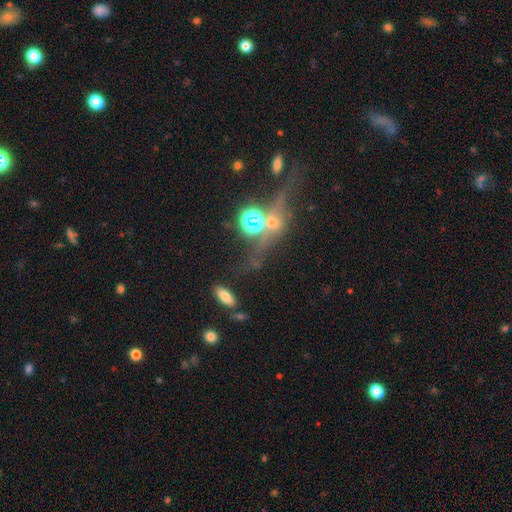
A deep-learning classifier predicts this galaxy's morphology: This appears to be a star or artifact, not a galaxy (46%).